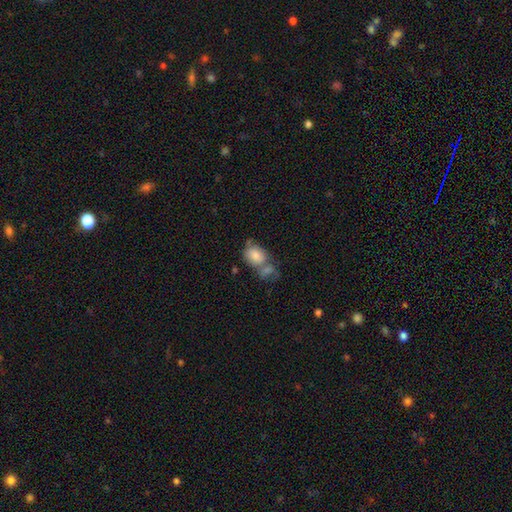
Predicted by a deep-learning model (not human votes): Morphology: type=smooth (79%); roundness=in between (70%); merging=merger (49%).